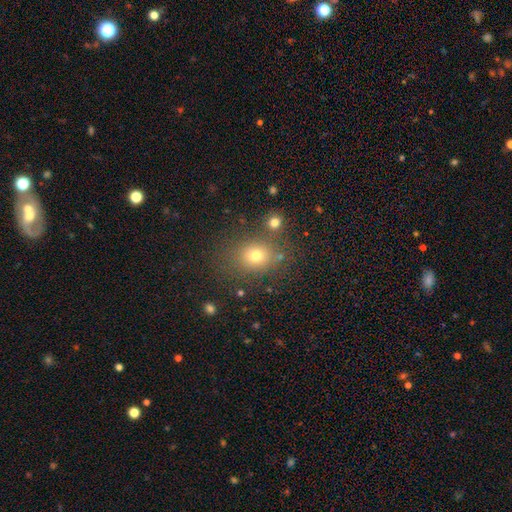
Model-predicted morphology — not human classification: Smooth or featured? smooth (71%)
How rounded? round (63%)
Merging? none (75%)